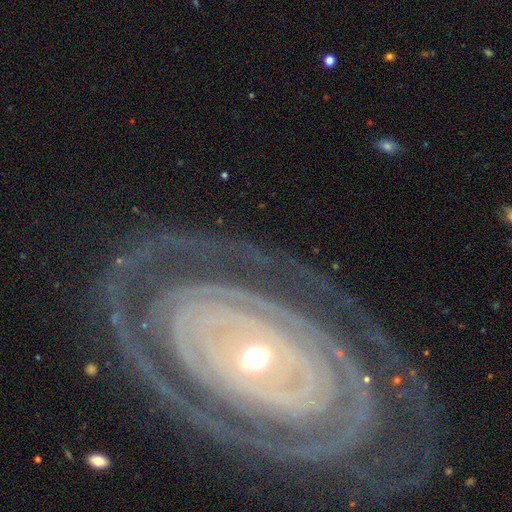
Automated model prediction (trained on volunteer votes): Smooth or featured?
  - featured or disk: 88% *
  - smooth: 7%
  - star or artifact: 5%
Edge-on disk?
  - no: 95% *
  - yes: 5%
Bar?
  - no: 74% *
  - weak: 14%
  - strong: 12%
Spiral arms?
  - yes: 89% *
  - no: 11%
Spiral winding?
  - tight: 85% *
  - medium: 11%
  - loose: 4%
Spiral arm count?
  - can't tell: 30% *
  - 2: 27%
  - 3: 13%
  - more than 4: 11%
  - 4: 10%
  - 1: 8%
Bulge size?
  - small: 47% * (tied)
  - moderate: 47% * (tied)
  - large: 4%
  - dominant: 1%
  - none: 1%
Merging?
  - none: 79% *
  - minor disturbance: 12%
  - major disturbance: 8%
  - merger: 2%